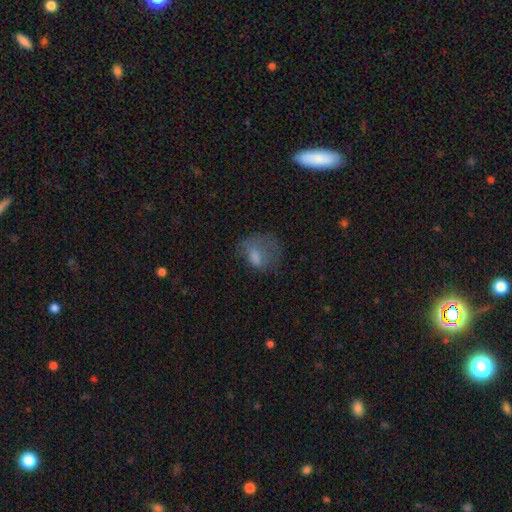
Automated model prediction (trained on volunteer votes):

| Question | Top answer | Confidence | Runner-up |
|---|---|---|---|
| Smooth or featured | smooth | 61% | featured or disk (24%) |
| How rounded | in between | 61% | round (37%) |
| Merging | major disturbance | 38% | none (35%) |